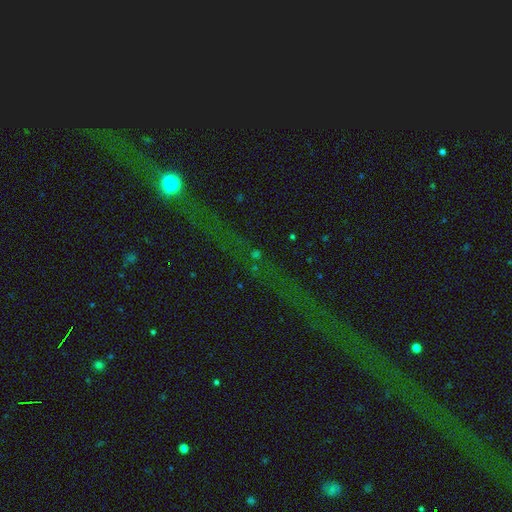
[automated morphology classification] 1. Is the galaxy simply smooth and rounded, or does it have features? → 70% star or artifact, 16% featured or disk, 14% smooth.